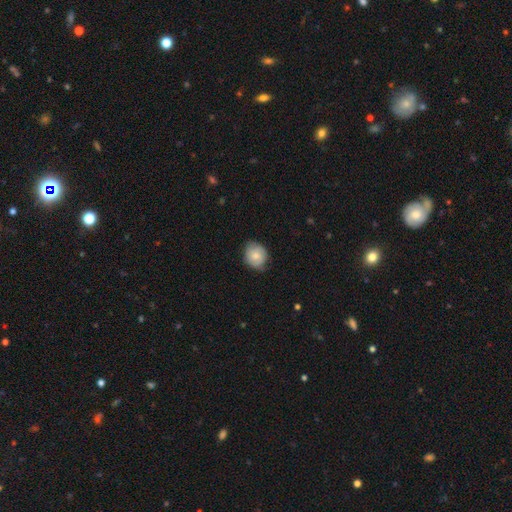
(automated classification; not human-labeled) Morphology: type=smooth (74%); roundness=round (70%); merging=none (67%).